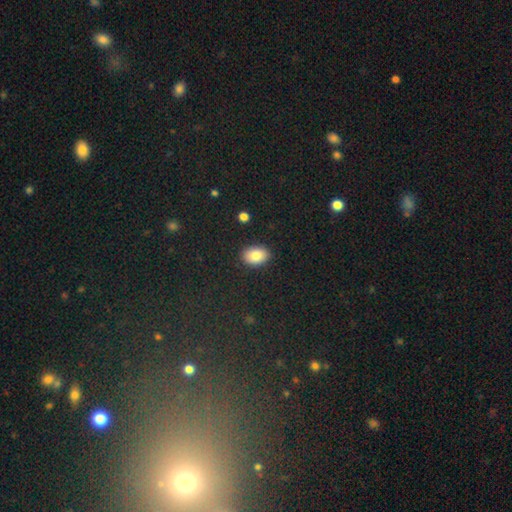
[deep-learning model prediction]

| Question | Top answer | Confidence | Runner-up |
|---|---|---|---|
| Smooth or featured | smooth | 84% | star or artifact (9%) |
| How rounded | in between | 80% | round (18%) |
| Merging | none | 88% | minor disturbance (9%) |